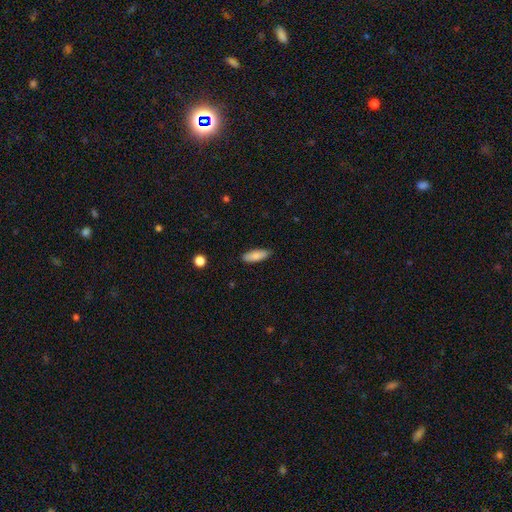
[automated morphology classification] Overall: smooth (84%). How rounded: in between (58%; cigar-shaped 40%). Merging: none (87%).